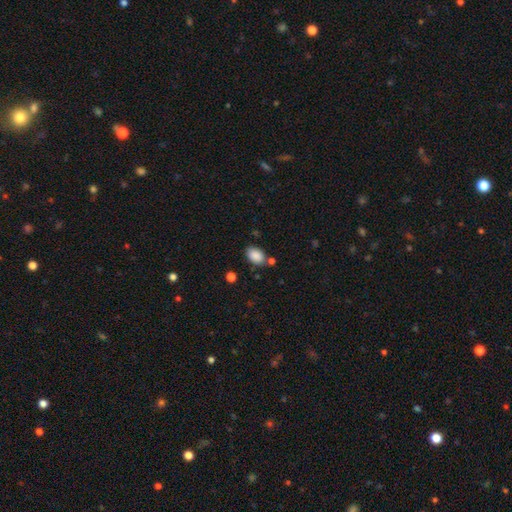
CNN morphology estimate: A smooth galaxy with no disk features (88%) that is in between round and cigar-shaped (86%).

Vote fractions:
- Smooth or featured? smooth: 88% / star or artifact: 8% / featured or disk: 4%
- How rounded? in between: 86% / round: 13% / cigar-shaped: 1%
- Merging? none: 74% / minor disturbance: 13% / merger: 9% / major disturbance: 4%